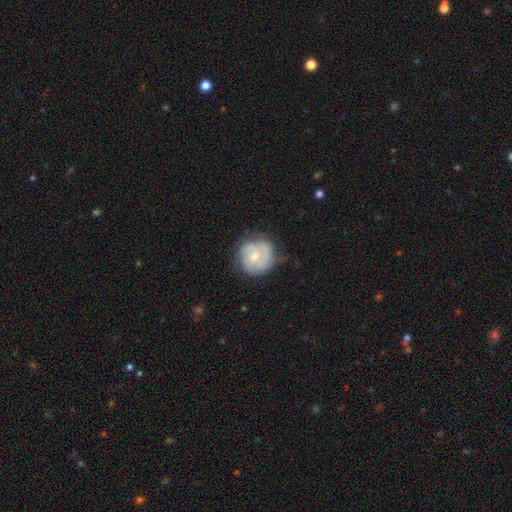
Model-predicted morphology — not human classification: Overall: featured or disk (47%; smooth 46%). Merging: none (60%; minor disturbance 28%).